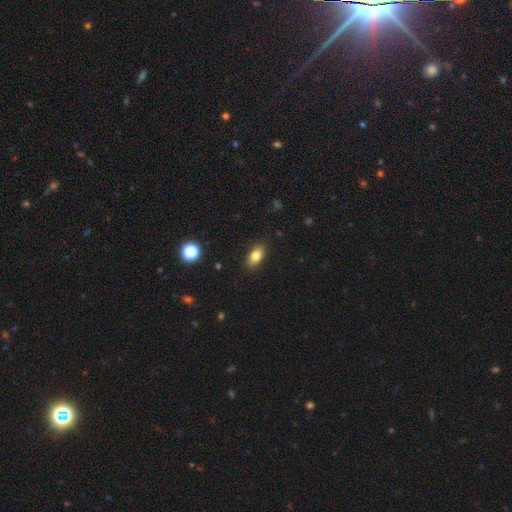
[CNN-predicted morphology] This appears to be a smooth galaxy with no disk features (81%) that is in between round and cigar-shaped (86%). Merging: none (87%).